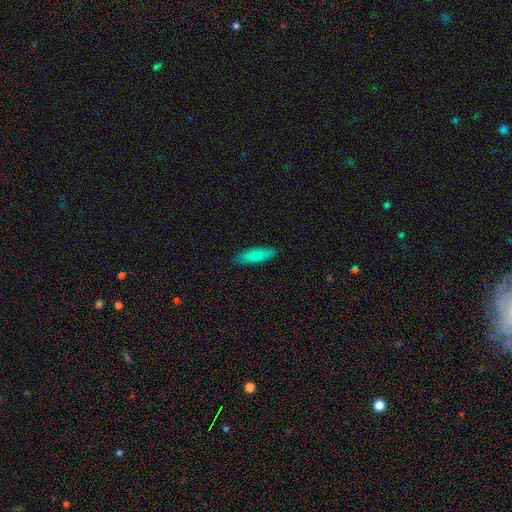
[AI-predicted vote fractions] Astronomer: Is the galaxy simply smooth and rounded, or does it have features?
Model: smooth — 82%.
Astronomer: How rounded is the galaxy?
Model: cigar-shaped — 68%.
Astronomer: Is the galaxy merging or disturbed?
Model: none — 89%.